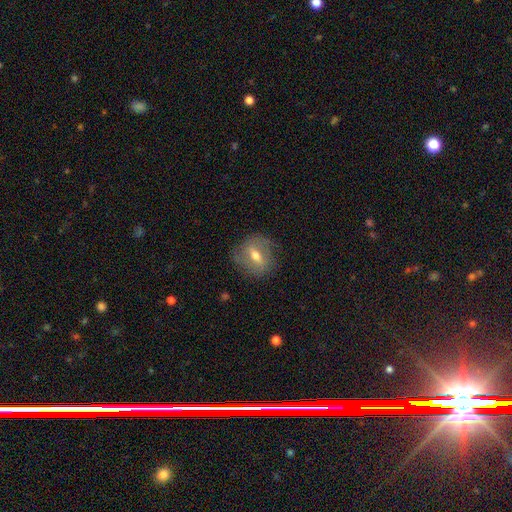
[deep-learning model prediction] This appears to be a featured or disk galaxy (50%). Merging: none (76%).